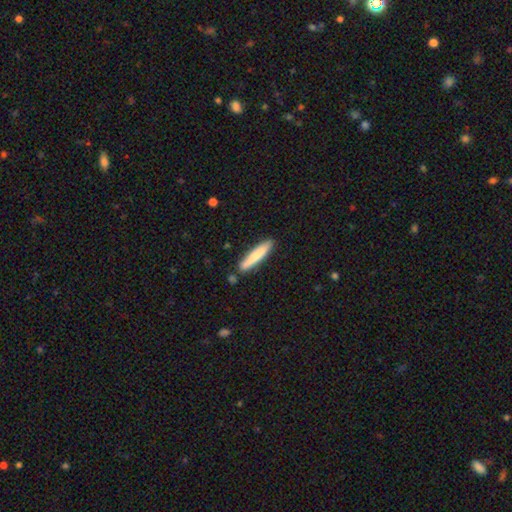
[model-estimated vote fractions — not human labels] smooth-or-featured: smooth: 78% | featured or disk: 17% | star or artifact: 5%
  how-rounded: cigar-shaped: 90% | in between: 8% | round: 1%
  merging: none: 85% | minor disturbance: 10% | merger: 3% | major disturbance: 2%